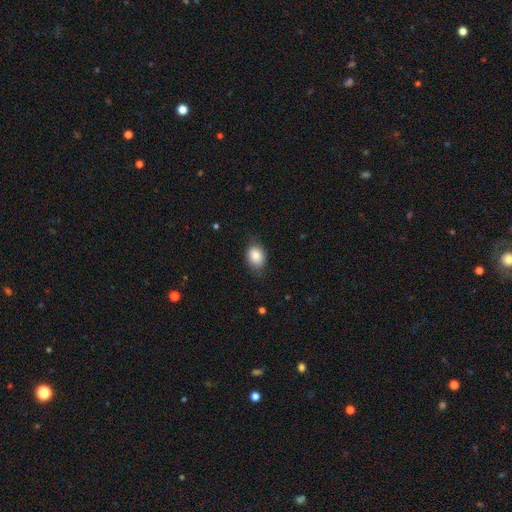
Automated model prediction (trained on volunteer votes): This appears to be a smooth galaxy with no disk features (84%) that is in between round and cigar-shaped (66%). Merging: none (74%).